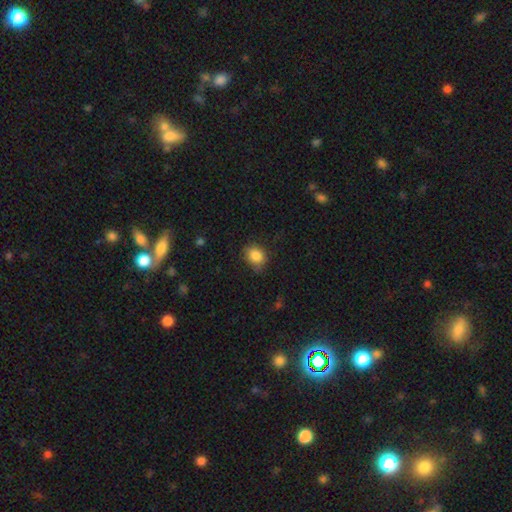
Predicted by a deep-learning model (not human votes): smooth_or_featured: smooth (p=0.86) [alt: star or artifact p=0.09]
how_rounded: round (p=0.54) [alt: in between p=0.45]
merging: none (p=0.72) [alt: minor disturbance p=0.22]